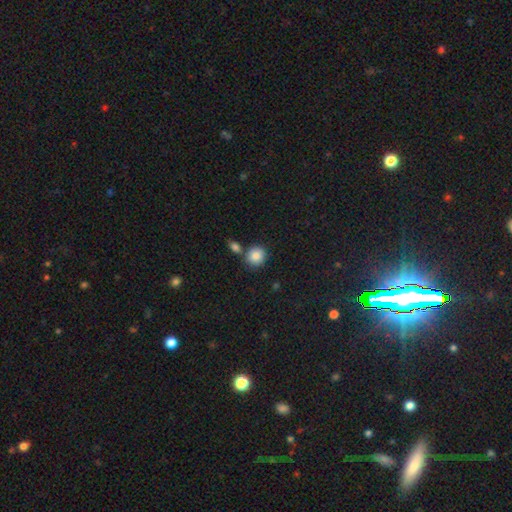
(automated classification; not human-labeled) smooth-or-featured: smooth: 86% | star or artifact: 8% | featured or disk: 6%
  how-rounded: round: 85% | in between: 14% | cigar-shaped: 1%
  merging: none: 68% | merger: 18% | minor disturbance: 11% | major disturbance: 3%